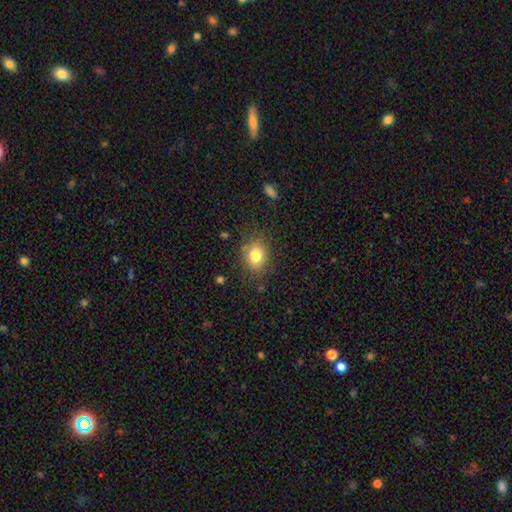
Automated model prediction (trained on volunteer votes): Smooth or featured? smooth (80%)
How rounded? in between (52%)
Merging? none (78%)